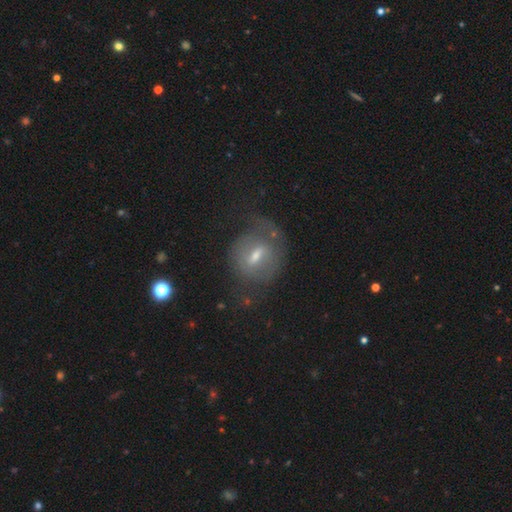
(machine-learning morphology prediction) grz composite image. It shows a featured or disk galaxy (57%) with a weak bar (52%), spiral arms (54%) and a moderate central bulge (47%). Merging: none (54%).